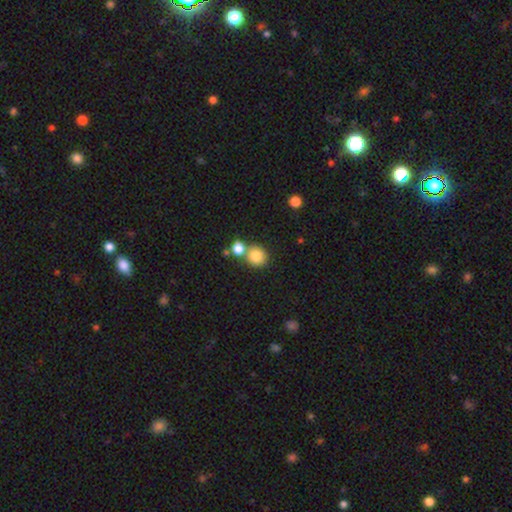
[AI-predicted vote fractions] A smooth galaxy with no disk features (81%) that is round (87%). Merging: none (57%).